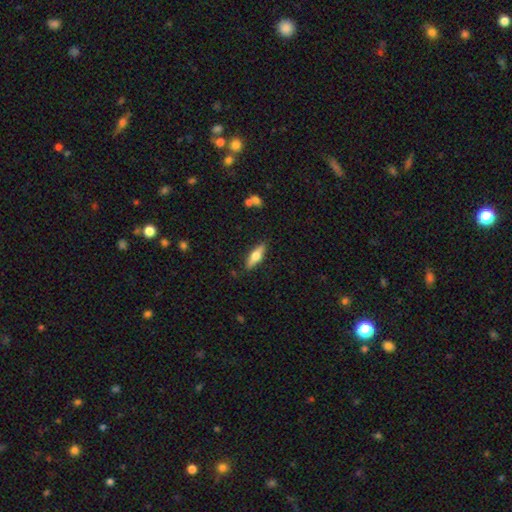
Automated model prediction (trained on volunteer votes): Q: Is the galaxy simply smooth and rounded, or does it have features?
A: smooth — 51%.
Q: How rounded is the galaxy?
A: cigar-shaped — 58%.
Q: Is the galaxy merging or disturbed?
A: none — 87%.